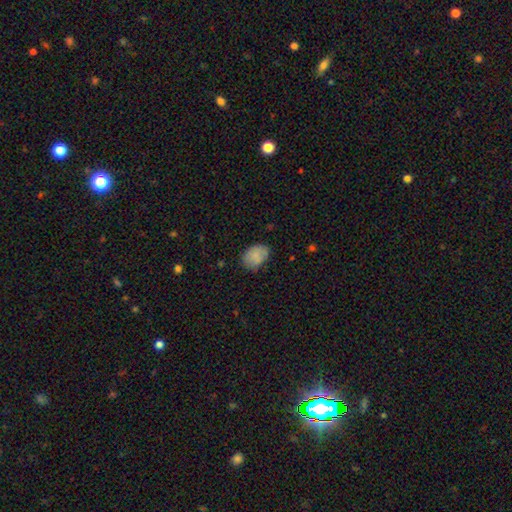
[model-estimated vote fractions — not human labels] Overall: smooth (86%). How rounded: in between (79%). Merging: none (76%).